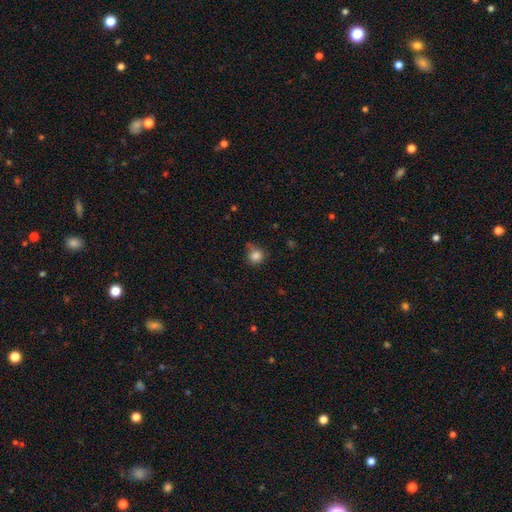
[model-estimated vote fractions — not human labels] Morphology: type=smooth (84%); roundness=round (88%); merging=none (63%).